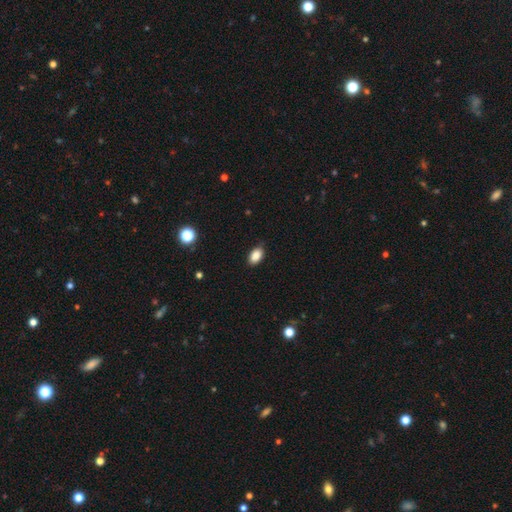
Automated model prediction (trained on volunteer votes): Smooth or featured: smooth — 88% (star or artifact — 8%)
How rounded: in between — 90% (round — 9%)
Merging: none — 84% (minor disturbance — 13%)